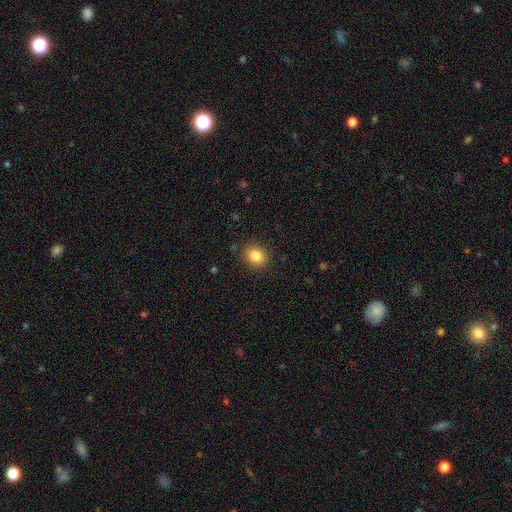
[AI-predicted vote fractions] Q: Smooth or featured?
A: smooth (84%); runner-up: star or artifact (10%)
Q: How rounded?
A: round (72%); runner-up: in between (27%)
Q: Merging?
A: none (88%); runner-up: minor disturbance (8%)